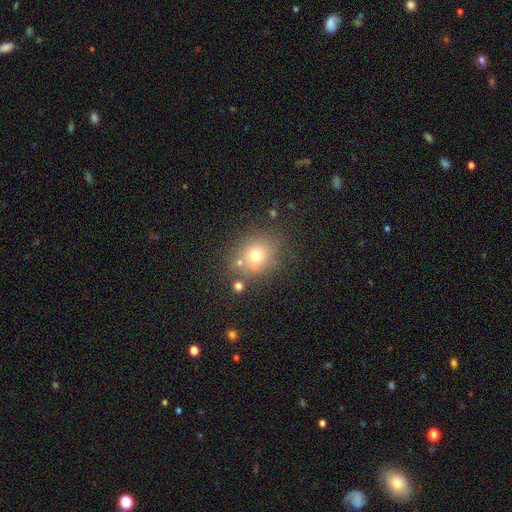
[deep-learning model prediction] Smooth or featured? Predicted: smooth (p=0.70). How rounded? Predicted: round (p=0.72). Merging? Predicted: none (p=0.71).